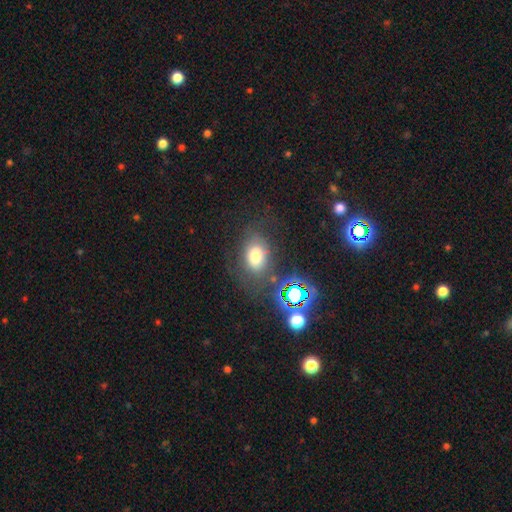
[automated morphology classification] This is likely a smooth galaxy (67%). How rounded: likely in between (77%). Merging: likely none (65%).